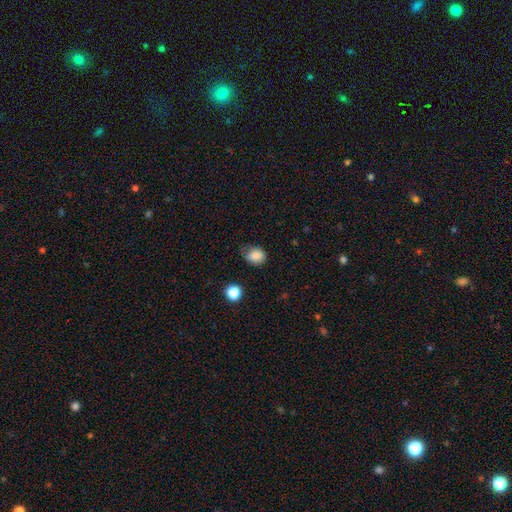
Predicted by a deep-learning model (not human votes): Smooth or featured? Predicted: smooth (p=0.84). How rounded? Predicted: round (p=0.53). Merging? Predicted: none (p=0.57).